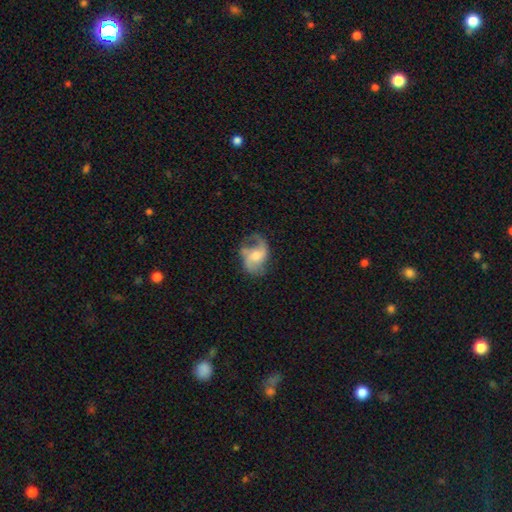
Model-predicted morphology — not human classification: A featured or disk galaxy (75%) with no bar (49%), 2 (71%) loose (51%) spiral arms (91%) and a moderate central bulge (58%).

Vote fractions:
- Smooth or featured? featured or disk: 75% / smooth: 19% / star or artifact: 7%
- Edge-on disk? no: 97% / yes: 3%
- Bar? no: 49% / weak: 40% / strong: 11%
- Spiral arms? yes: 91% / no: 9%
- Spiral winding? loose: 51% / medium: 38% / tight: 10%
- Spiral arm count? 2: 71% / 1: 14% / can't tell: 7% / 3: 5% / 4: 1% / more than 4: 1%
- Bulge size? moderate: 58% / small: 28% / large: 8% / none: 4% / dominant: 1%
- Merging? none: 53% / minor disturbance: 24% / major disturbance: 21% / merger: 2%